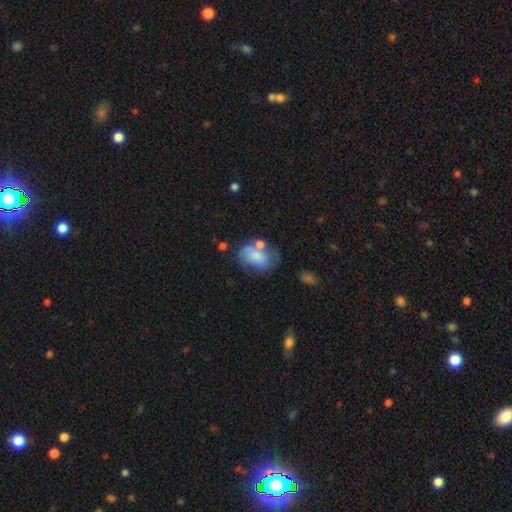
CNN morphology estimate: Q: Smooth or featured?
A: smooth (64%); runner-up: featured or disk (27%)
Q: How rounded?
A: in between (80%); runner-up: round (19%)
Q: Merging?
A: none (33%); runner-up: minor disturbance (25%)